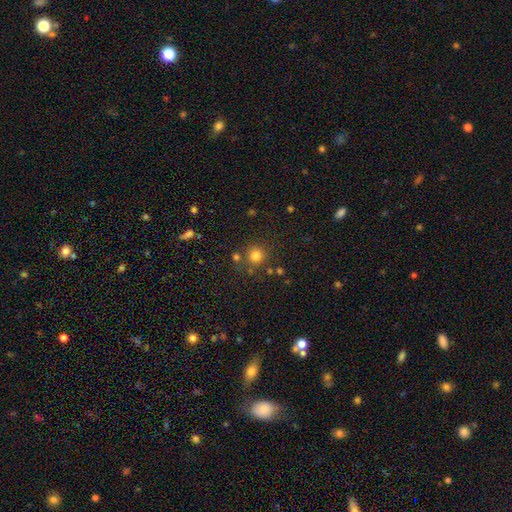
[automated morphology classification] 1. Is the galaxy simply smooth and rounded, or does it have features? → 79% smooth, 15% star or artifact, 6% featured or disk.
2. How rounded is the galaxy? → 92% round, 7% in between, 1% cigar-shaped.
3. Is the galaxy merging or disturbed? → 79% none, 9% merger, 9% minor disturbance, 4% major disturbance.